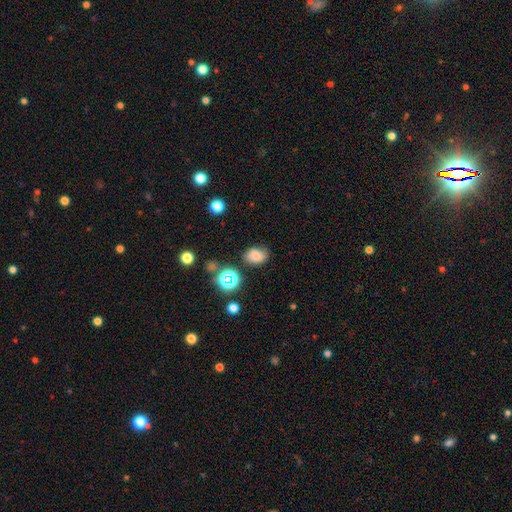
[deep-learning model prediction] smooth_or_featured: smooth (p=0.70) [alt: star or artifact p=0.17]
how_rounded: in between (p=0.66) [alt: round p=0.33]
merging: none (p=0.70) [alt: minor disturbance p=0.21]